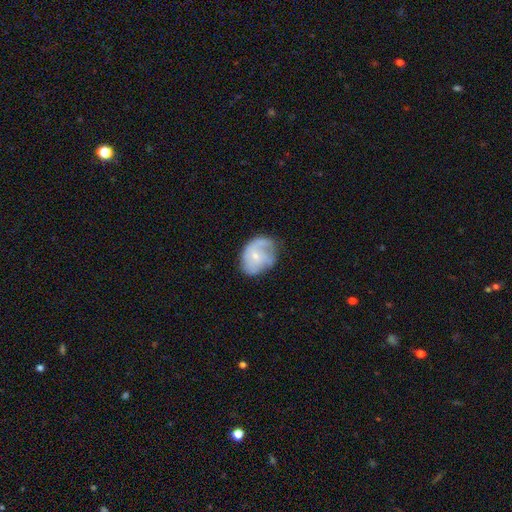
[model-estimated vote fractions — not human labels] This appears to be a featured or disk galaxy (57%) with no bar (69%), spiral arms (70%) and a small central bulge (66%). Merging: none (49%).